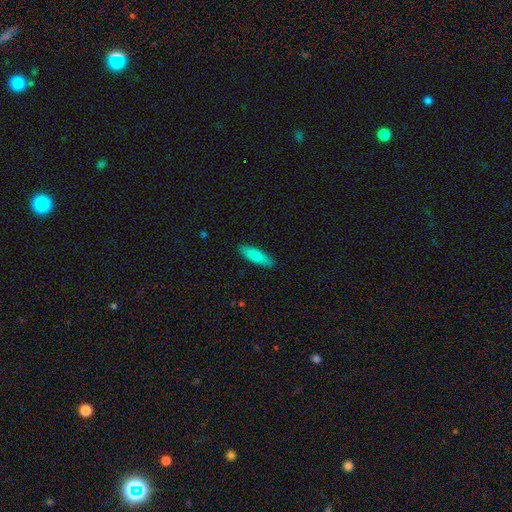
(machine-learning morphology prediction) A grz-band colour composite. It shows a smooth galaxy with no disk features (85%) that is cigar-shaped (54%). Merging: none (88%).